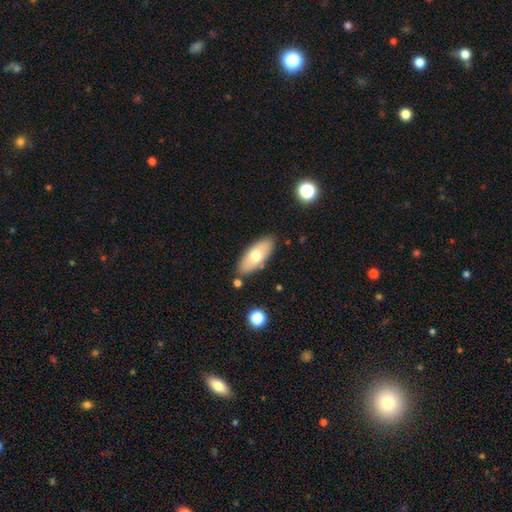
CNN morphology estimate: smooth-or-featured: smooth: 67% | featured or disk: 27% | star or artifact: 6%
  how-rounded: in between: 82% | cigar-shaped: 15% | round: 2%
  merging: none: 82% | minor disturbance: 12% | merger: 4% | major disturbance: 2%